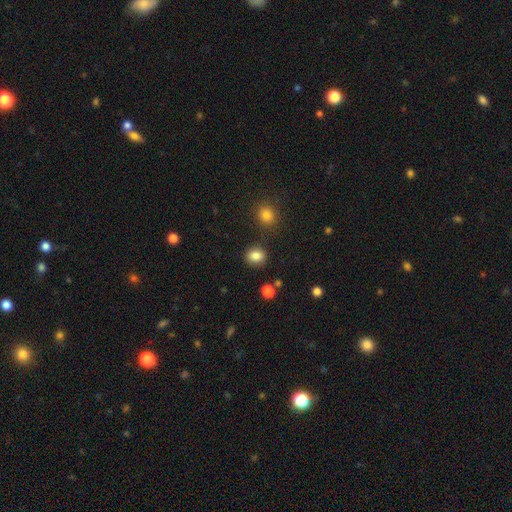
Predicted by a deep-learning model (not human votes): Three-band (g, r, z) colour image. It shows a smooth galaxy with no disk features (85%) that is round (61%). Merging: none (85%).